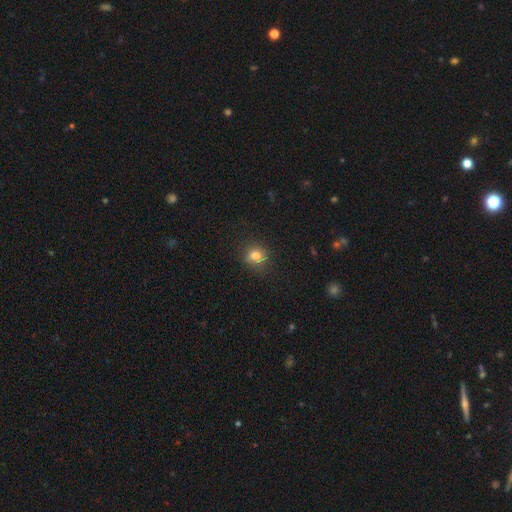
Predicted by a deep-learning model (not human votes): Morphology: type=smooth (78%); roundness=round (75%); merging=none (82%).